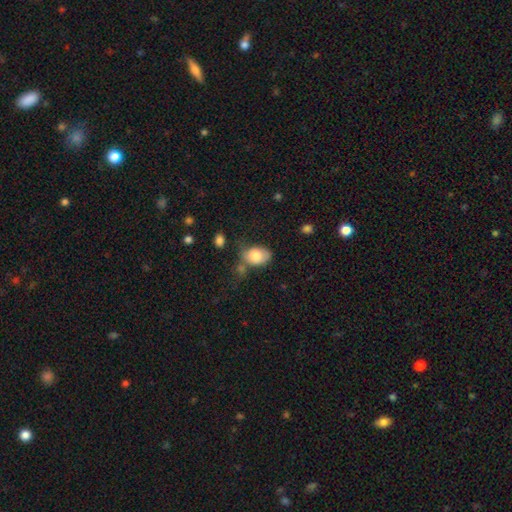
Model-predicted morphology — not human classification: Smooth or featured?
  - smooth: 80% *
  - featured or disk: 13%
  - star or artifact: 7%
How rounded?
  - in between: 82% *
  - round: 17%
  - cigar-shaped: 1%
Merging?
  - none: 45% *
  - minor disturbance: 30%
  - major disturbance: 13%
  - merger: 13%